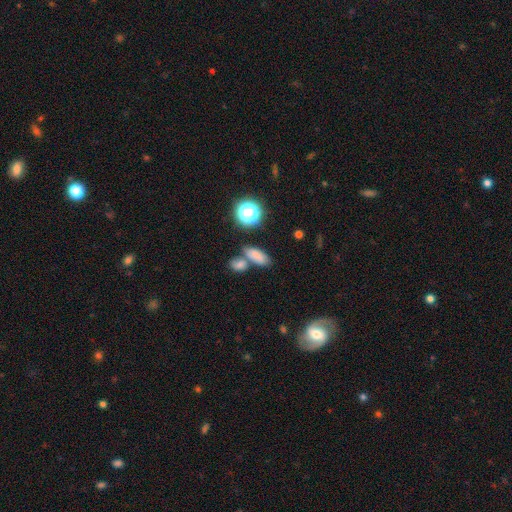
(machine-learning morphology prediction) smooth_or_featured: smooth (p=0.76) [alt: star or artifact p=0.15]
how_rounded: in between (p=0.78) [alt: round p=0.11]
merging: none (p=0.55) [alt: merger p=0.29]